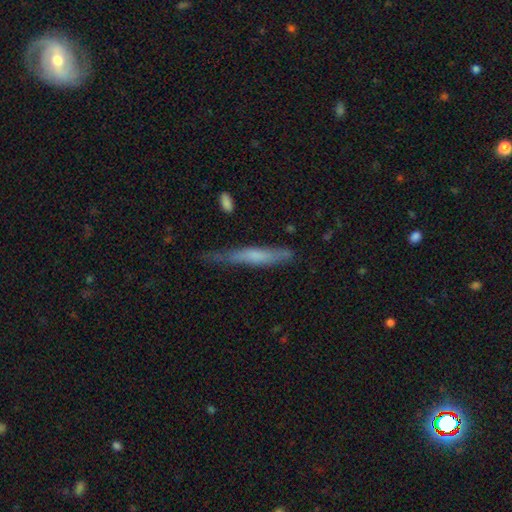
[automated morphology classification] This is possibly a smooth galaxy (54%). How rounded: clearly cigar-shaped (92%). Merging: possibly none (59%).